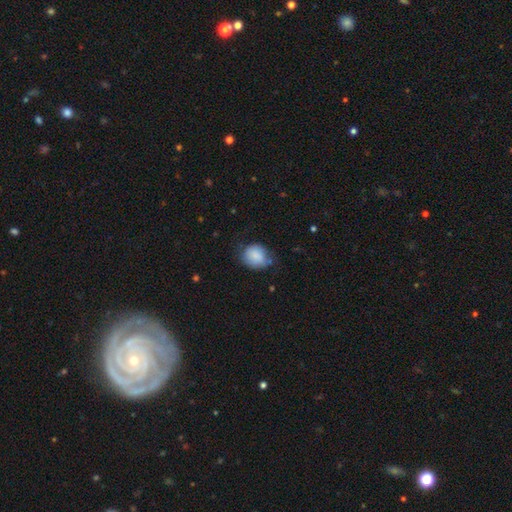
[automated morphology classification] This appears to be a smooth galaxy with no disk features (84%) that is round (60%). Merging: none (57%).